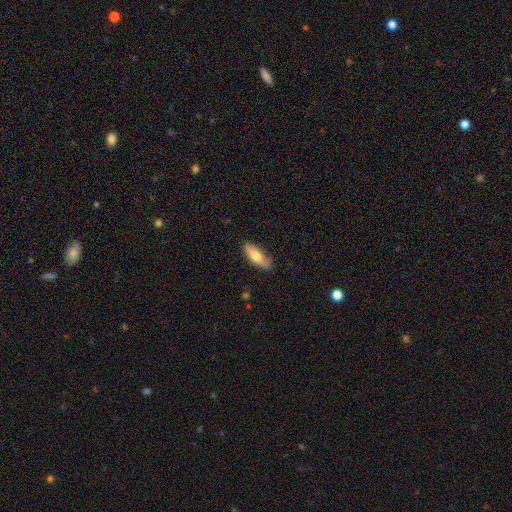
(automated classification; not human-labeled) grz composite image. It shows a smooth galaxy with no disk features (73%) that is in between round and cigar-shaped (65%). Merging: none (82%).